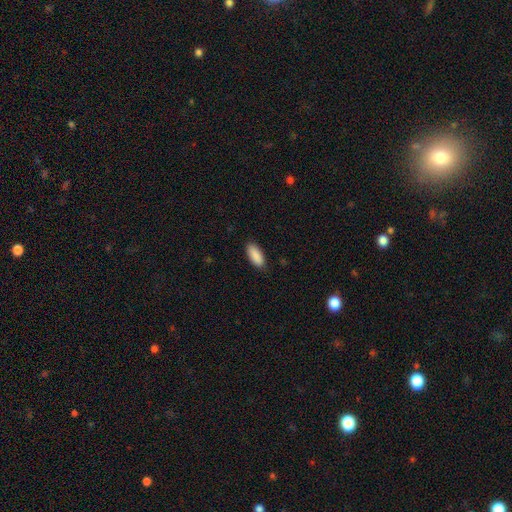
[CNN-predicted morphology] Smooth or featured?
  - smooth: 90% *
  - star or artifact: 6%
  - featured or disk: 4%
How rounded?
  - in between: 82% *
  - cigar-shaped: 17%
  - round: 2%
Merging?
  - none: 87% *
  - minor disturbance: 10%
  - major disturbance: 2%
  - merger: 1%